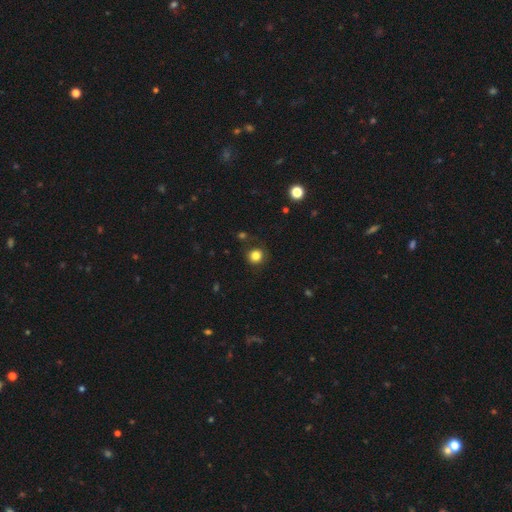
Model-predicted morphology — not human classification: smooth-or-featured: smooth: 83% | star or artifact: 12% | featured or disk: 5%
  how-rounded: round: 89% | in between: 10% | cigar-shaped: 1%
  merging: none: 86% | minor disturbance: 9% | major disturbance: 3% | merger: 2%